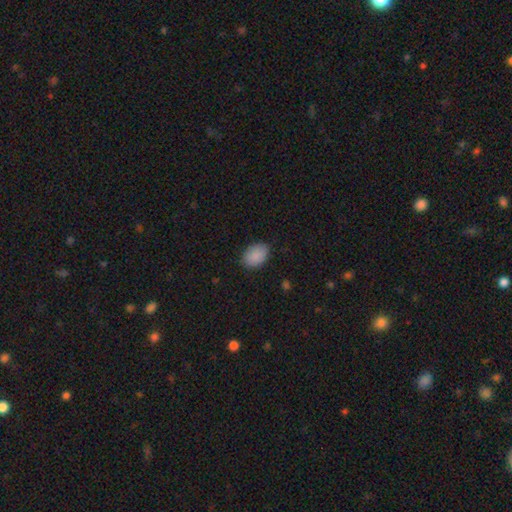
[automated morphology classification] This appears to be a smooth galaxy with no disk features (89%) that is in between round and cigar-shaped (81%). Merging: none (82%).